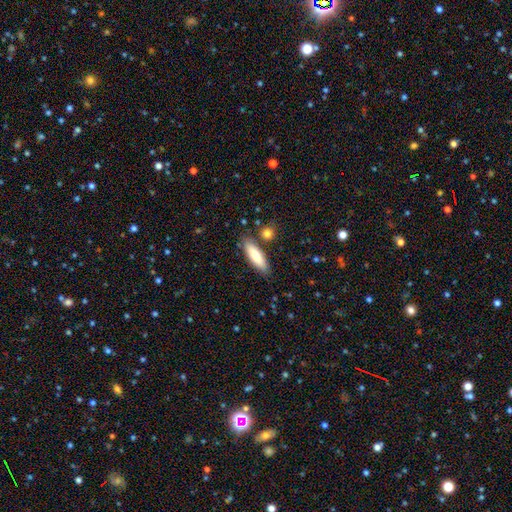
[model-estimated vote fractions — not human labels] A smooth galaxy with no disk features (76%) that is cigar-shaped (54%). Merging: none (82%).